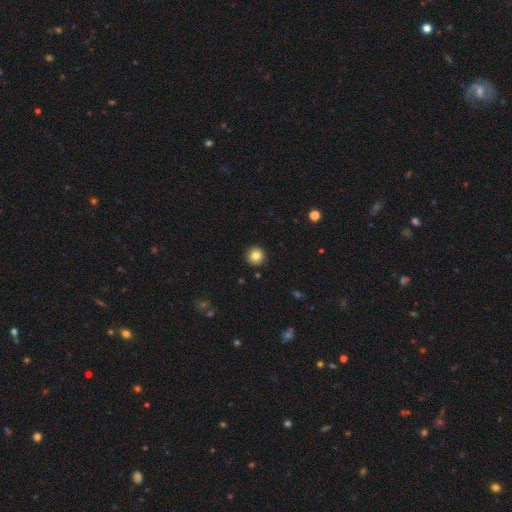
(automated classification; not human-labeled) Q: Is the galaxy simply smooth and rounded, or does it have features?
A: smooth — 82%.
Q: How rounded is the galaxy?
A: round — 96%.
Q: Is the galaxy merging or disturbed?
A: none — 93%.